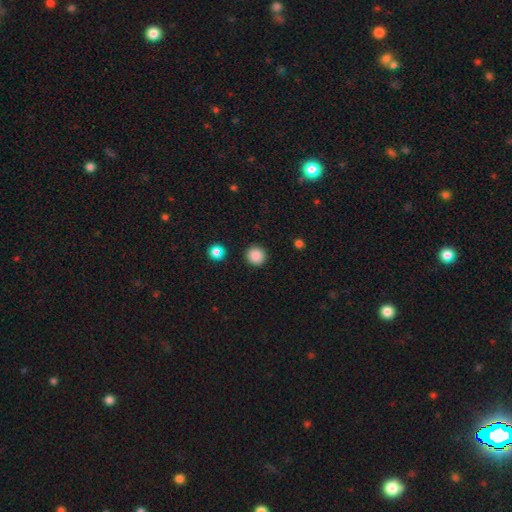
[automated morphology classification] Smooth or featured? smooth (87%)
How rounded? round (93%)
Merging? none (91%)